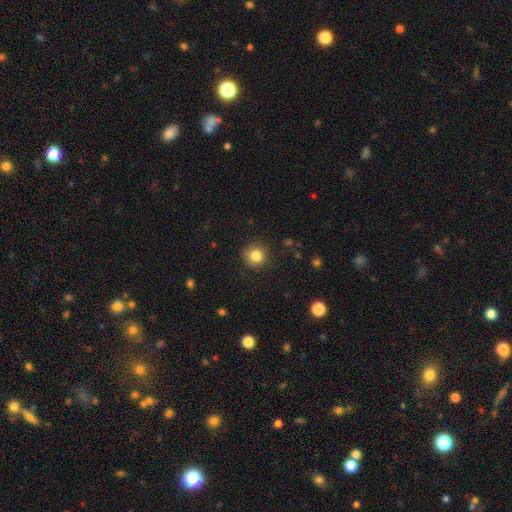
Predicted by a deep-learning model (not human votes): Q: Smooth or featured?
A: smooth (83%); runner-up: star or artifact (11%)
Q: How rounded?
A: round (93%); runner-up: in between (6%)
Q: Merging?
A: none (87%); runner-up: minor disturbance (9%)